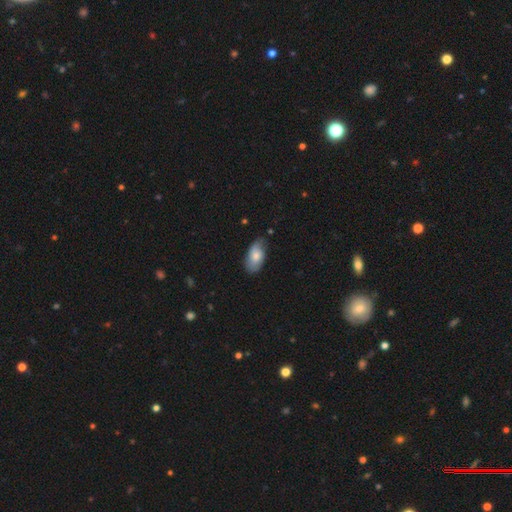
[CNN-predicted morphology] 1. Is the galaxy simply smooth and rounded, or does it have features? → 67% smooth, 26% featured or disk, 7% star or artifact.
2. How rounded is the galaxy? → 93% in between, 4% round, 3% cigar-shaped.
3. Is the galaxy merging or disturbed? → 62% none, 30% minor disturbance, 6% major disturbance, 2% merger.